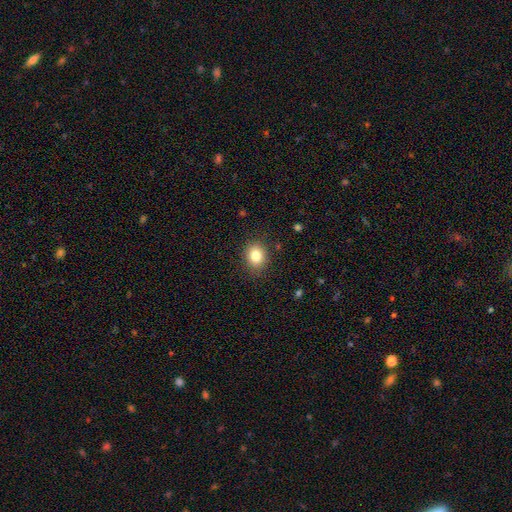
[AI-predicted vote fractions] The model was most divided on "how rounded": round: 56%, in between: 43%, cigar-shaped: 1%. More confident: merging — none (86%); smooth or featured — smooth (83%).